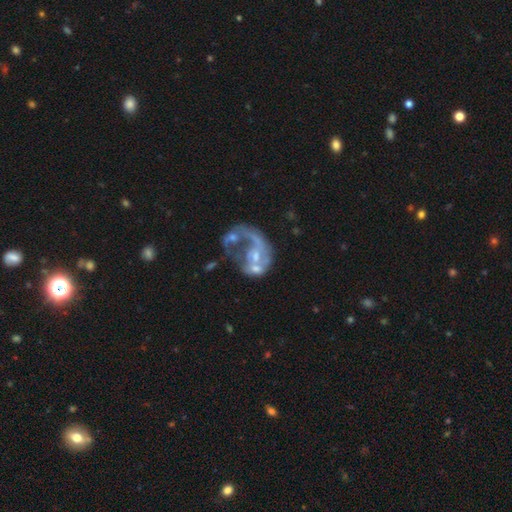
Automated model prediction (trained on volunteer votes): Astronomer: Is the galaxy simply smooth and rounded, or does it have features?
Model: featured or disk — 75%.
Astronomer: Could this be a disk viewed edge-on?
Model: no — 98%.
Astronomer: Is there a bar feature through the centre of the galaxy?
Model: no — 75%.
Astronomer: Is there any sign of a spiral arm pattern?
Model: yes — 50%, tied with no at 50%.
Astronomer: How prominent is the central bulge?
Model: small — 41% (runner-up: none, 28%).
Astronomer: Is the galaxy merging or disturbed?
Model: merger — 40% (runner-up: major disturbance, 31%).